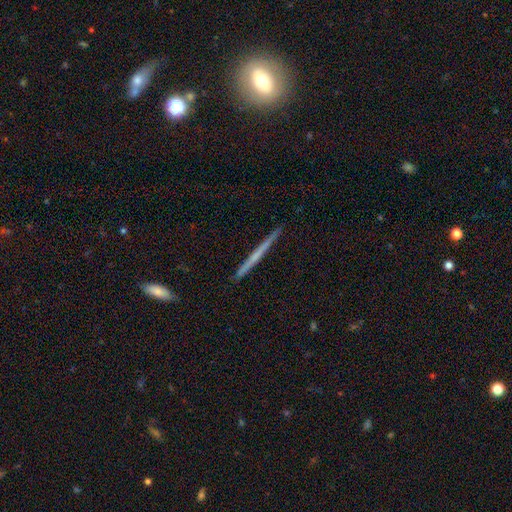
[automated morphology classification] smooth-or-featured: featured or disk: 58% | smooth: 36% | star or artifact: 6%
  disk-edge-on: yes: 98% | no: 2%
    edge-on-bulge: none: 77% | rounded: 18% | boxy: 5%
  merging: none: 92% | minor disturbance: 6% | major disturbance: 1% | merger: 1%